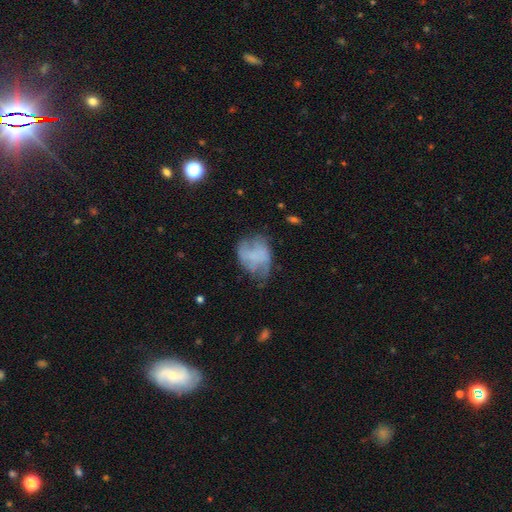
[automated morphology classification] Smooth or featured? Predicted: featured or disk (p=0.48). Merging? Predicted: none (p=0.40).